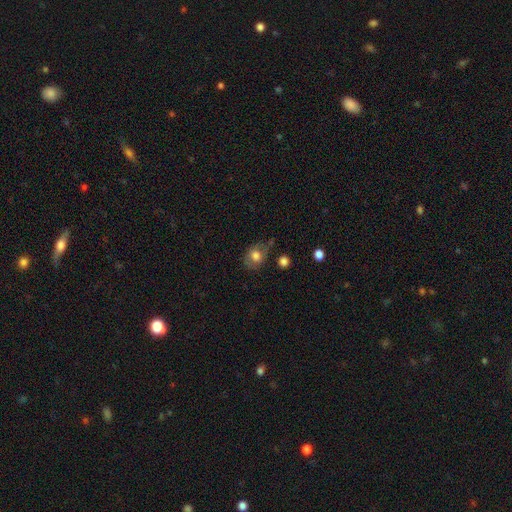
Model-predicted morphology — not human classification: The model was most divided on "how rounded" (2-way tie): in between: 49%, round: 49%, cigar-shaped: 1%. More confident: smooth or featured — smooth (68%); merging — none (60%).